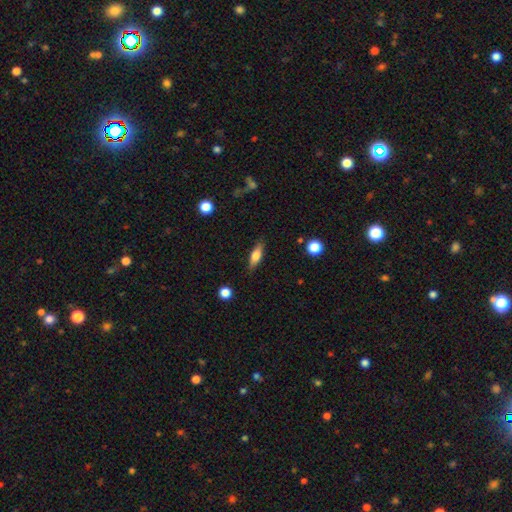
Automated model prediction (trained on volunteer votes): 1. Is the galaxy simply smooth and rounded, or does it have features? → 64% smooth, 28% featured or disk, 8% star or artifact.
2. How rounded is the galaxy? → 54% in between, 42% cigar-shaped, 4% round.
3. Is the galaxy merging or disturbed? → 84% none, 12% minor disturbance, 3% major disturbance, 1% merger.